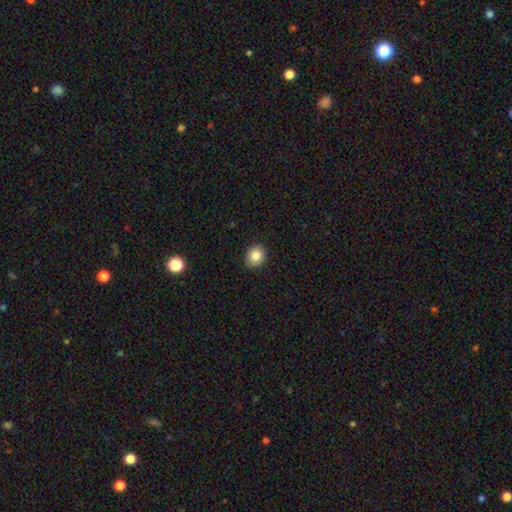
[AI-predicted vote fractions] This is clearly a smooth galaxy (85%). How rounded: likely round (79%). Merging: clearly none (87%).